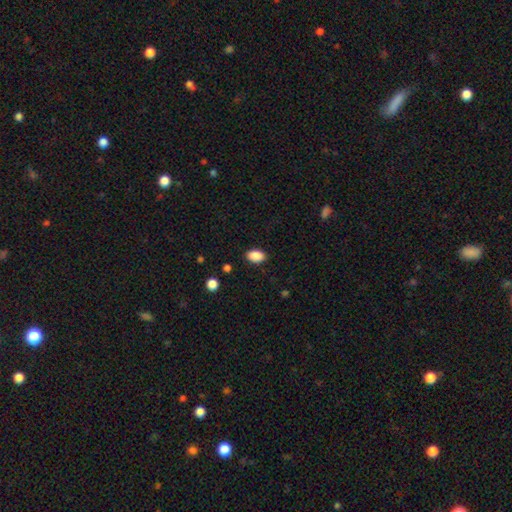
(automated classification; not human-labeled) Morphology: type=smooth (89%); roundness=in between (90%); merging=none (86%).